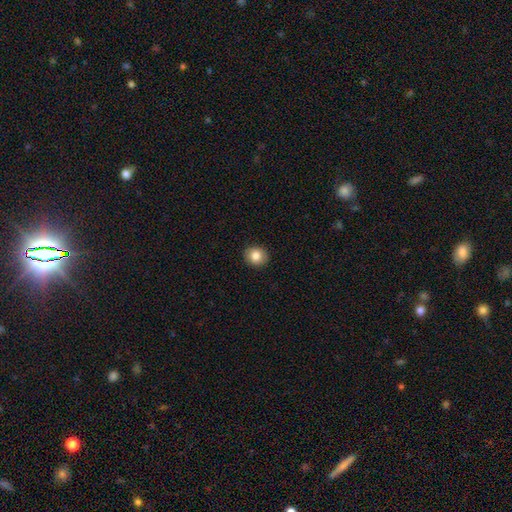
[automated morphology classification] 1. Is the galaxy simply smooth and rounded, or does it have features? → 84% smooth, 9% star or artifact, 7% featured or disk.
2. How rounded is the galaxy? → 81% round, 18% in between, 1% cigar-shaped.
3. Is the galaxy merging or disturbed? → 91% none, 6% minor disturbance, 2% major disturbance, 1% merger.